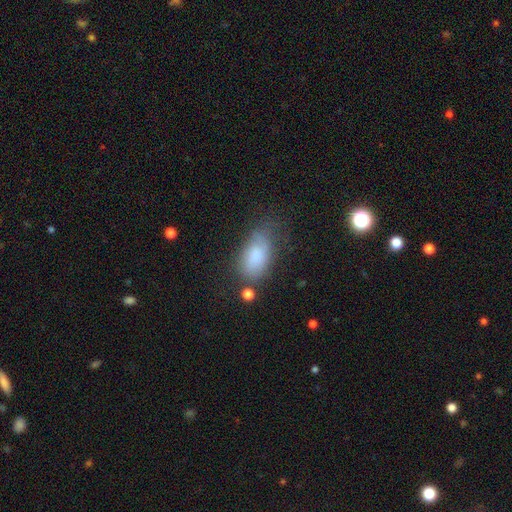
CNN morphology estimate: The model was most divided on "merging": none: 54%, minor disturbance: 30%, major disturbance: 12%, merger: 5%. More confident: how rounded — in between (91%); smooth or featured — smooth (79%).